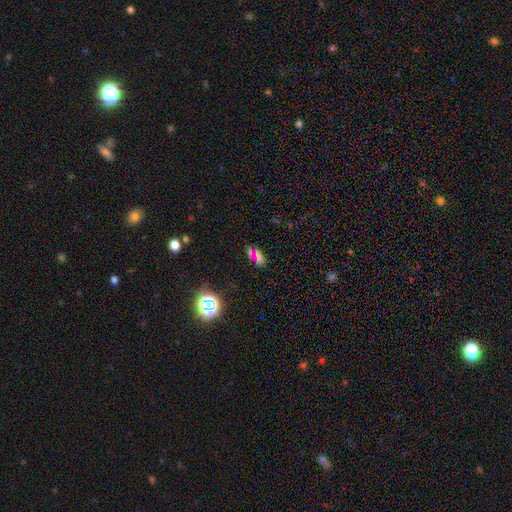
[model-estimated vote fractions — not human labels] smooth-or-featured: smooth: 54% | star or artifact: 33% | featured or disk: 12%
  how-rounded: in between: 73% | cigar-shaped: 15% | round: 11%
  merging: none: 68% | minor disturbance: 13% | merger: 13% | major disturbance: 6%